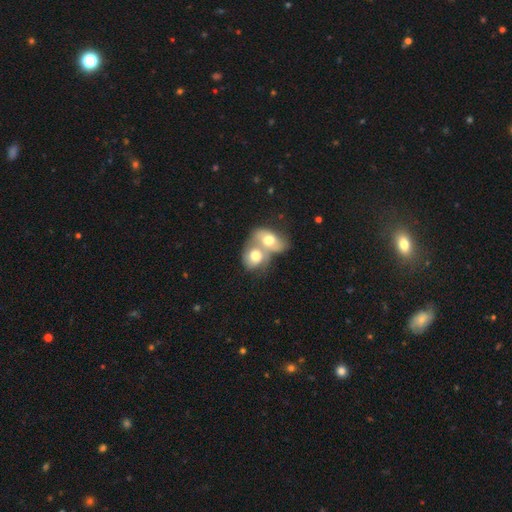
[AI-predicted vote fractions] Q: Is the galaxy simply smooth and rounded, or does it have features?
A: smooth — 59%.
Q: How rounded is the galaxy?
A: in between — 63%.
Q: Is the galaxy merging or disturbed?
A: merger — 77%.